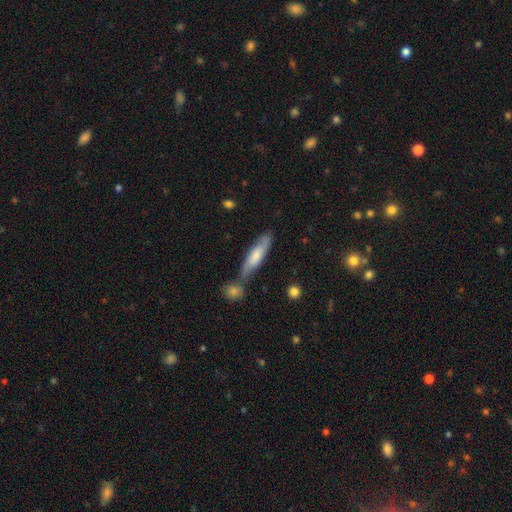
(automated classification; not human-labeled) smooth 59%, featured or disk 35%, star or artifact 6%. Down the decision tree: how rounded — cigar-shaped (74%); merging — none (59%).